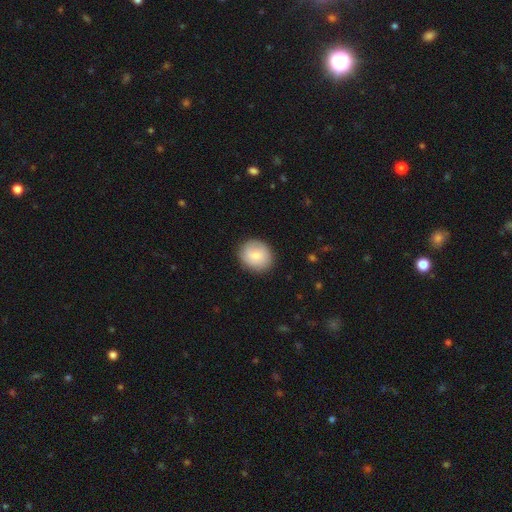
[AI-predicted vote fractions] smooth-or-featured: smooth: 76% | featured or disk: 17% | star or artifact: 7%
  how-rounded: round: 76% | in between: 23% | cigar-shaped: 1%
  merging: none: 87% | minor disturbance: 9% | major disturbance: 2% | merger: 1%